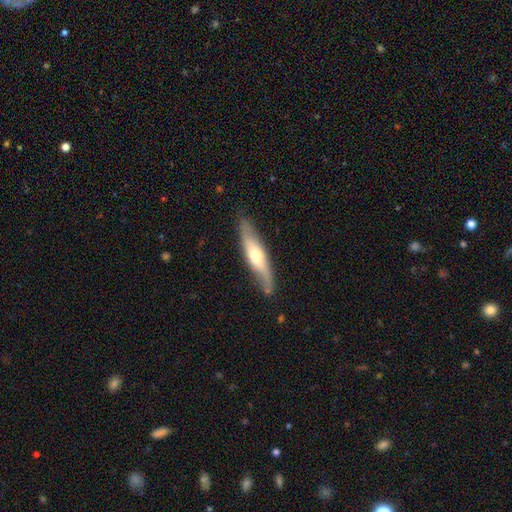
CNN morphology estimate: A featured or disk galaxy (51%) viewed edge-on (74%).

Vote fractions:
- Smooth or featured? featured or disk: 51% / smooth: 44% / star or artifact: 5%
- Edge-on disk? yes: 74% / no: 26%
- Merging? none: 82% / minor disturbance: 13% / major disturbance: 3% / merger: 2%